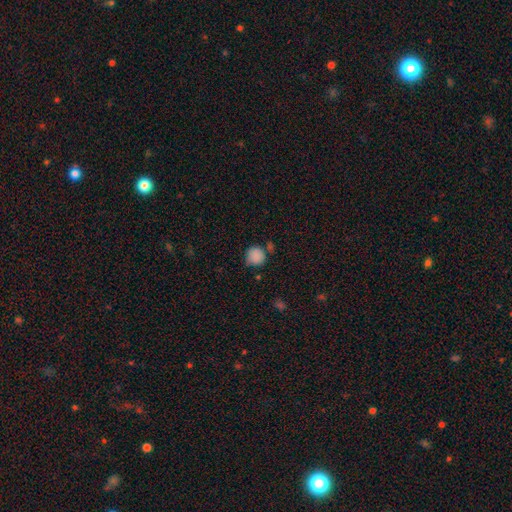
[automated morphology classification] A smooth galaxy with no disk features (86%) that is round (89%).

Vote fractions:
- Smooth or featured? smooth: 86% / star or artifact: 10% / featured or disk: 4%
- How rounded? round: 89% / in between: 10% / cigar-shaped: 1%
- Merging? none: 64% / minor disturbance: 23% / merger: 8% / major disturbance: 5%